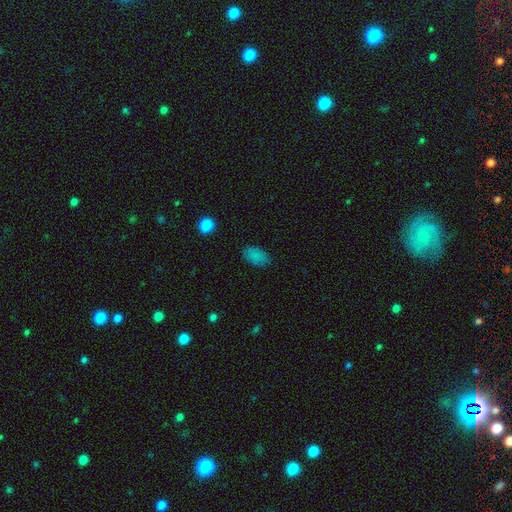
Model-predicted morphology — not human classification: smooth_or_featured: smooth (p=0.84) [alt: star or artifact p=0.11]
how_rounded: in between (p=0.92) [alt: round p=0.07]
merging: none (p=0.82) [alt: minor disturbance p=0.14]